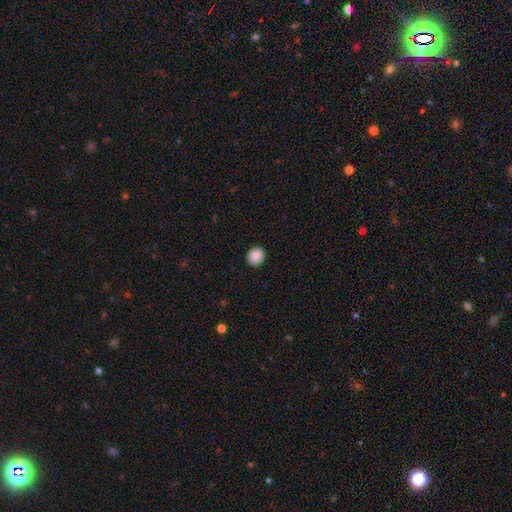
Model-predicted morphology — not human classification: A smooth galaxy with no disk features (89%) that is round (73%).

Vote fractions:
- Smooth or featured? smooth: 89% / star or artifact: 8% / featured or disk: 3%
- How rounded? round: 73% / in between: 26% / cigar-shaped: 1%
- Merging? none: 91% / minor disturbance: 6% / major disturbance: 2% / merger: 1%